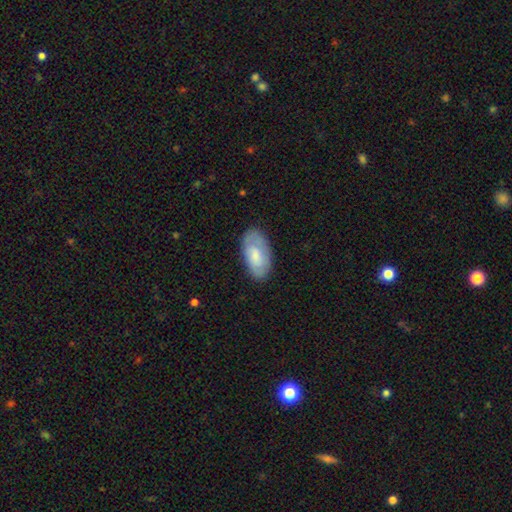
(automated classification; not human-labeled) Smooth or featured: smooth — 68% (featured or disk — 26%)
How rounded: in between — 94% (cigar-shaped — 3%)
Merging: none — 76% (minor disturbance — 18%)